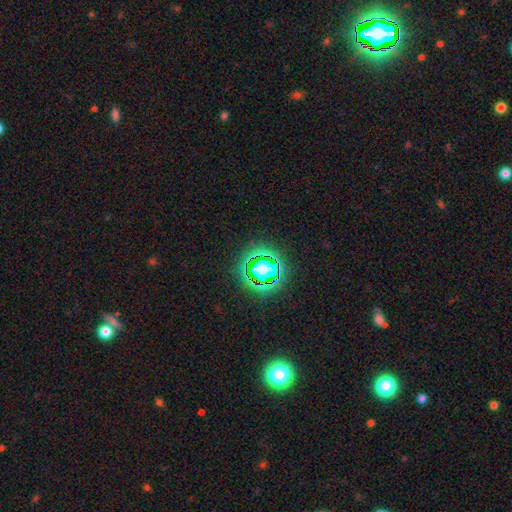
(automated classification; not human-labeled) Overall: star or artifact (78%).